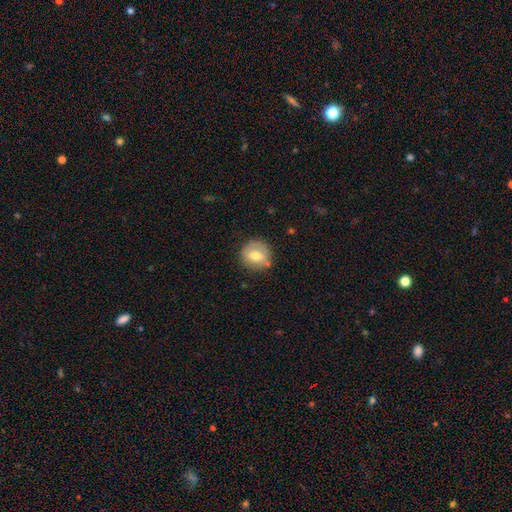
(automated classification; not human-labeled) smooth 68%, featured or disk 24%, star or artifact 8%. Down the decision tree: how rounded — round (89%); merging — none (79%).